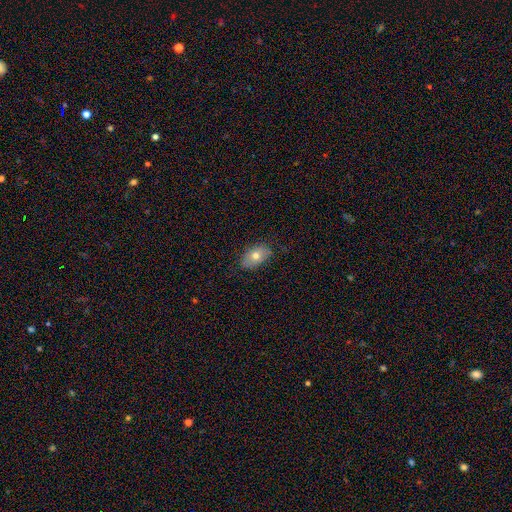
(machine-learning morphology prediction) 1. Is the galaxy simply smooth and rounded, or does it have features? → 70% smooth, 21% featured or disk, 9% star or artifact.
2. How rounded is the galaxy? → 87% in between, 12% round, 2% cigar-shaped.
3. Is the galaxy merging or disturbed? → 77% none, 18% minor disturbance, 4% major disturbance, 1% merger.